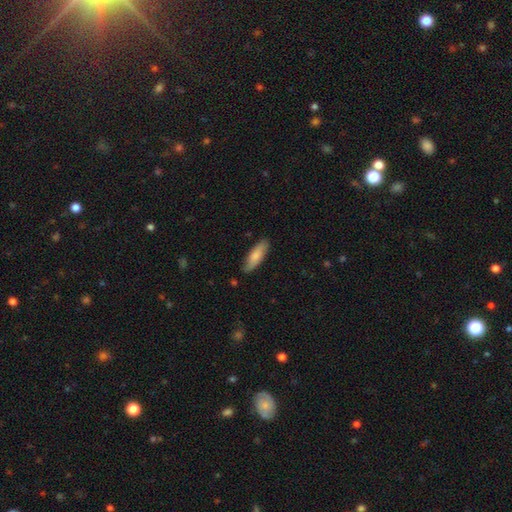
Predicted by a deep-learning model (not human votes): This is likely a smooth galaxy (77%). How rounded: possibly in between (60%). Merging: clearly none (82%).